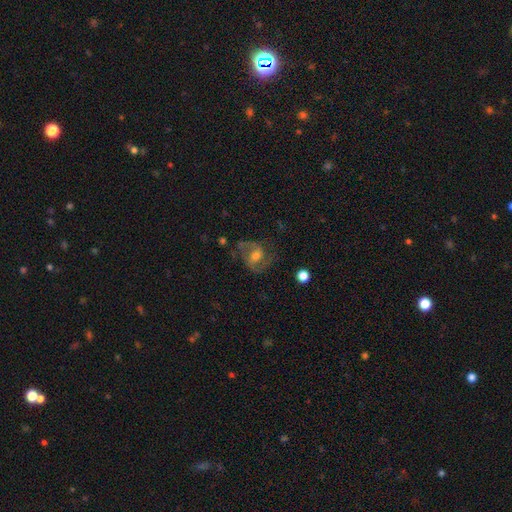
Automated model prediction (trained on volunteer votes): Overall: featured or disk (72%). Edge-on disk: no (97%). Bar: no (46%; weak 42%). Spiral arms: yes (90%). Spiral arm count: 2 (86%). Spiral winding: medium (54%; loose 28%). Bulge size: moderate (61%; small 24%). Merging: none (64%).